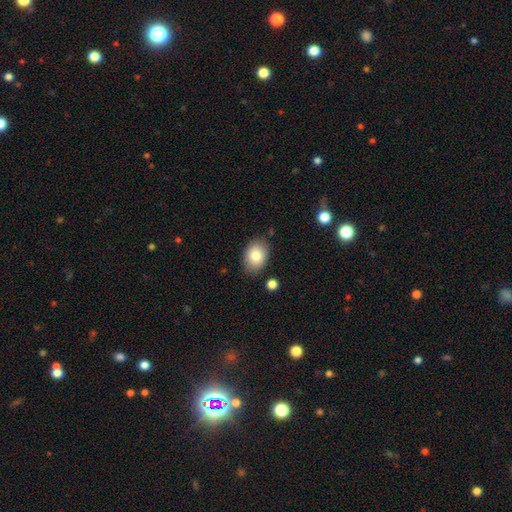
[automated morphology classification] This is clearly a smooth galaxy (82%). How rounded: likely in between (79%). Merging: clearly none (83%).